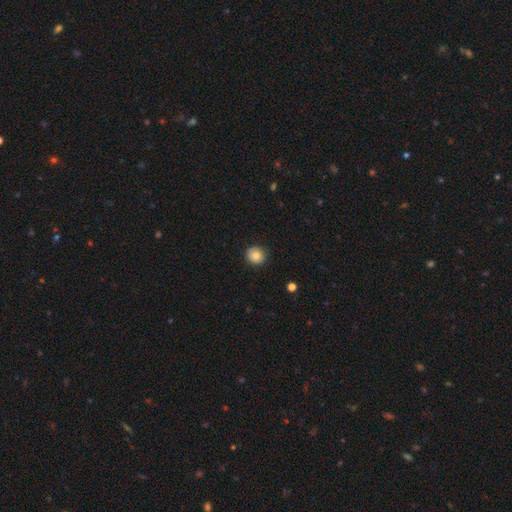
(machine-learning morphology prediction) This is clearly a smooth galaxy (82%). How rounded: clearly round (90%). Merging: clearly none (89%).